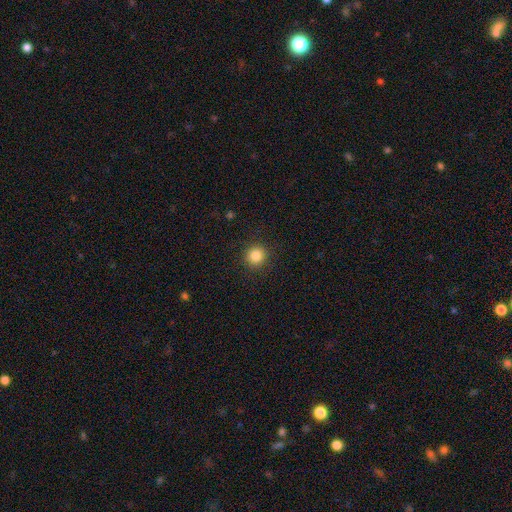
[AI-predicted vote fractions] Morphology: type=smooth (85%); roundness=round (93%); merging=none (91%).